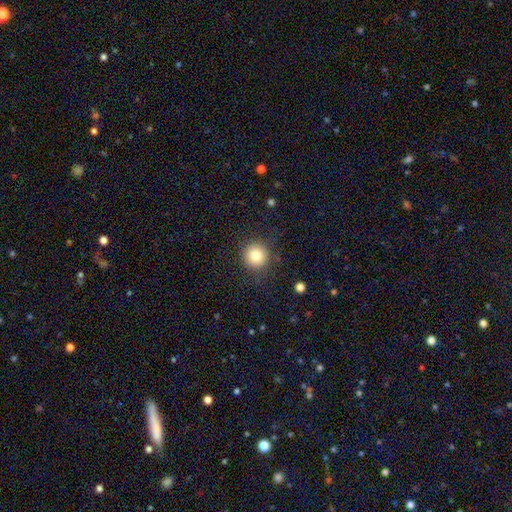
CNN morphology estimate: Smooth or featured: smooth — 82% (star or artifact — 11%)
How rounded: round — 94% (in between — 5%)
Merging: none — 88% (minor disturbance — 8%)